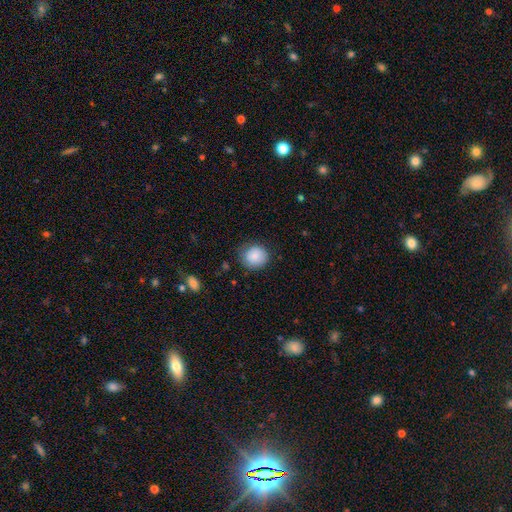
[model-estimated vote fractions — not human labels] A smooth galaxy with no disk features (86%) that is round (86%). Merging: none (78%).